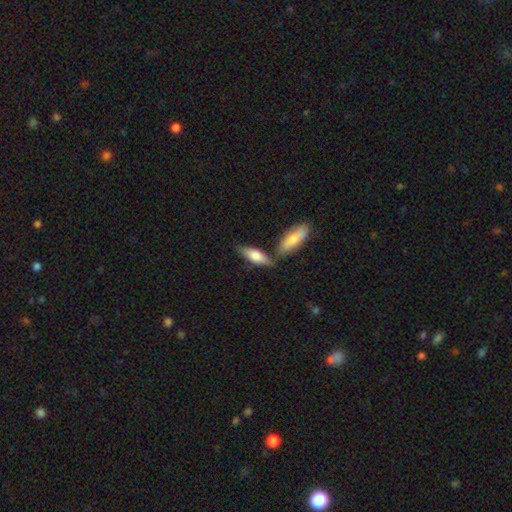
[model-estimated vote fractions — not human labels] smooth 65%, featured or disk 30%, star or artifact 6%. Down the decision tree: how rounded — in between (56%); merging — none (63%).